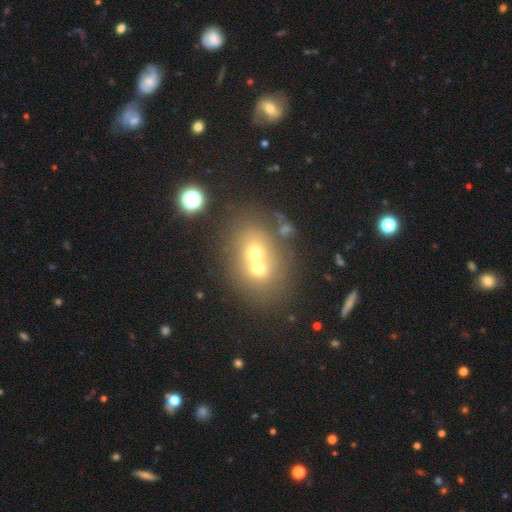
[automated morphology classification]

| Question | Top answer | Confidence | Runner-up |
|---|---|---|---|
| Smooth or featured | smooth | 53% | featured or disk (26%) |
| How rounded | round | 57% | in between (42%) |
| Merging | merger | 59% | none (31%) |